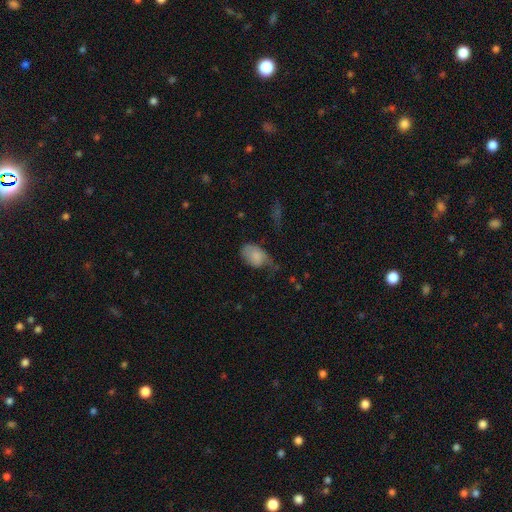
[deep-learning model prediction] Morphology: type=smooth (75%); roundness=in between (86%); merging=minor disturbance (38%).